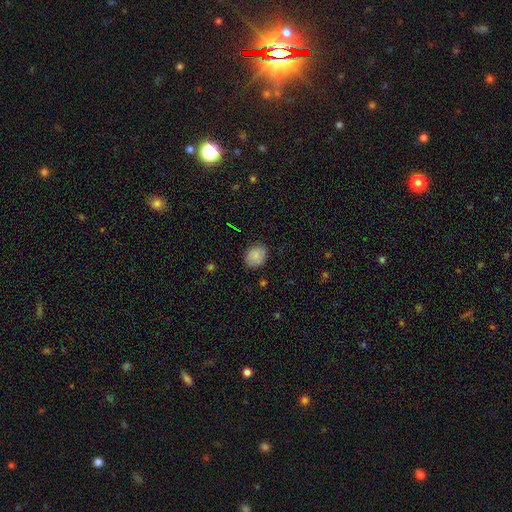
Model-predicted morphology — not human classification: Q: Smooth or featured?
A: smooth (84%); runner-up: star or artifact (8%)
Q: How rounded?
A: in between (53%); runner-up: round (46%)
Q: Merging?
A: none (81%); runner-up: minor disturbance (15%)